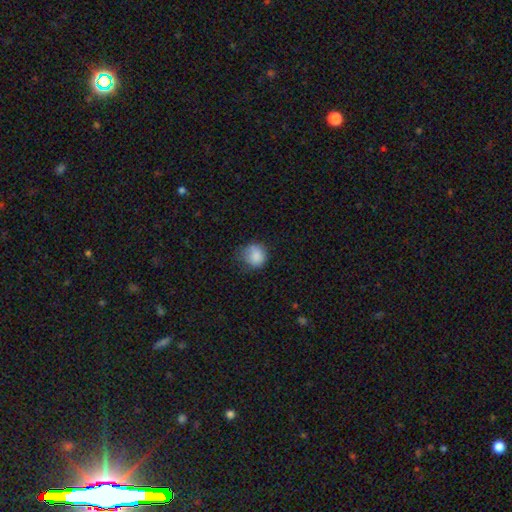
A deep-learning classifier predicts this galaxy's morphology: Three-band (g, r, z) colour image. It shows a smooth galaxy with no disk features (84%) that is round (80%). Merging: none (55%).